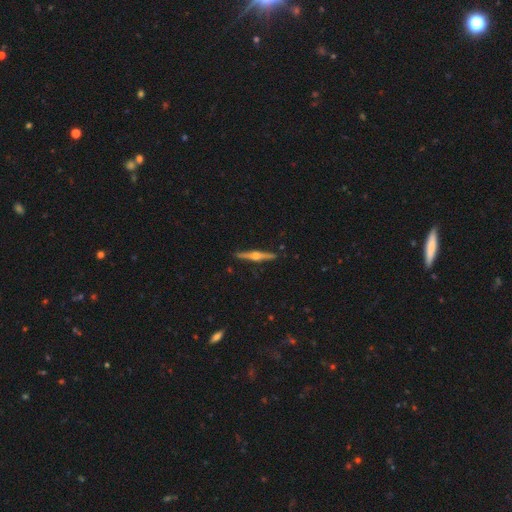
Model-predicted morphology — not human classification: This appears to be a featured or disk galaxy (82%) viewed edge-on (98%) with a rounded central bulge (95%). Merging: none (92%).